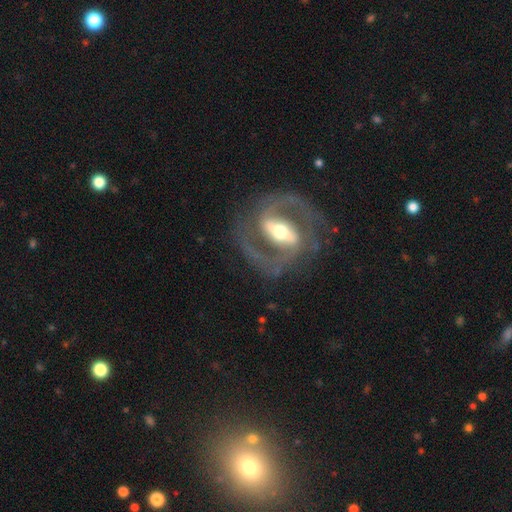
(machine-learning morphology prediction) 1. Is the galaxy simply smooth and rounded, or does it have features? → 90% featured or disk, 6% smooth, 5% star or artifact.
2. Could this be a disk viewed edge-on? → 96% no, 4% yes.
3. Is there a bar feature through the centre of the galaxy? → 59% strong, 30% weak, 11% no.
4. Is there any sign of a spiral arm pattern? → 95% yes, 5% no.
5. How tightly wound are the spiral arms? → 58% medium, 29% tight, 14% loose.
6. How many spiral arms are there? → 92% 2, 3% can't tell, 2% 3, 1% 1, 1% 4, 1% more than 4.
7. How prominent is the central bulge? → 62% moderate, 23% small, 13% large, 1% dominant, 1% none.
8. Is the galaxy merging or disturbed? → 80% none, 12% minor disturbance, 6% major disturbance, 1% merger.